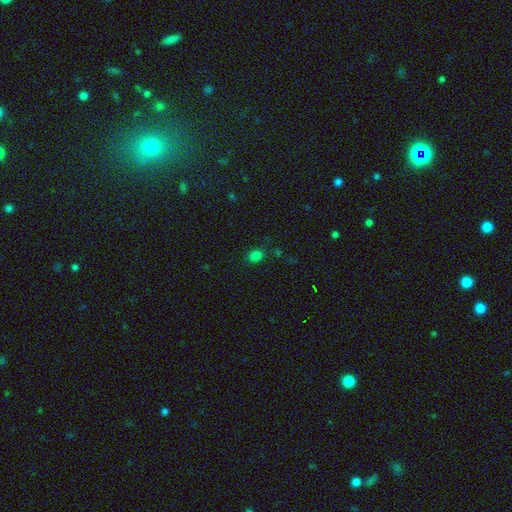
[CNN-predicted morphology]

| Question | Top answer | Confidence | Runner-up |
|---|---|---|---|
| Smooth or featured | smooth | 77% | star or artifact (19%) |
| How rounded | in between | 56% | round (43%) |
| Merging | none | 80% | minor disturbance (14%) |